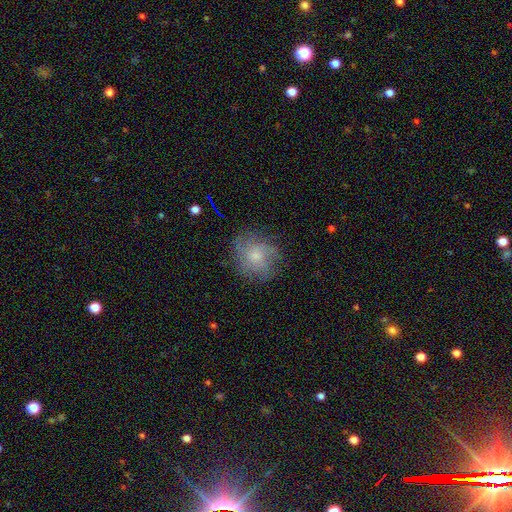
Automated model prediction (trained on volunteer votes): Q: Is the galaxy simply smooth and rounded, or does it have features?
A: featured or disk — 47%.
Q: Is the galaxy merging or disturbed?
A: none — 71%.